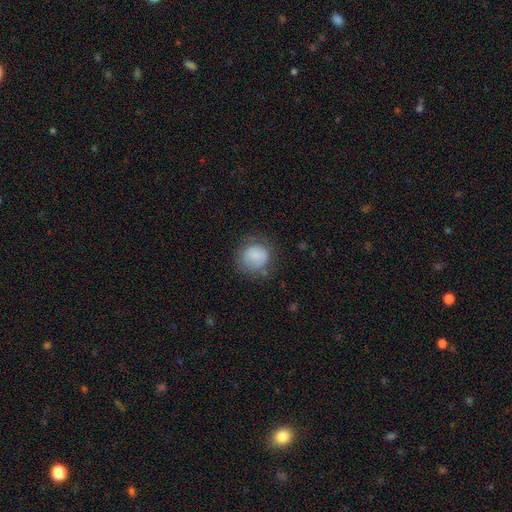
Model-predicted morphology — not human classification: The model was most divided on "merging": none: 65%, minor disturbance: 22%, major disturbance: 11%, merger: 2%. More confident: how rounded — round (83%); smooth or featured — smooth (82%).